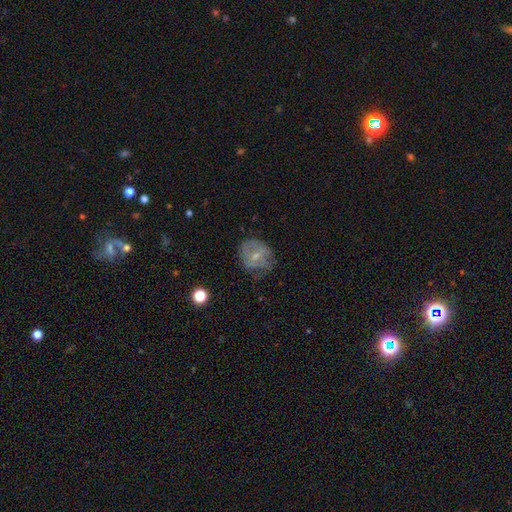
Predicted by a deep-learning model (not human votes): This appears to be a featured or disk galaxy (48%). Merging: none (53%).